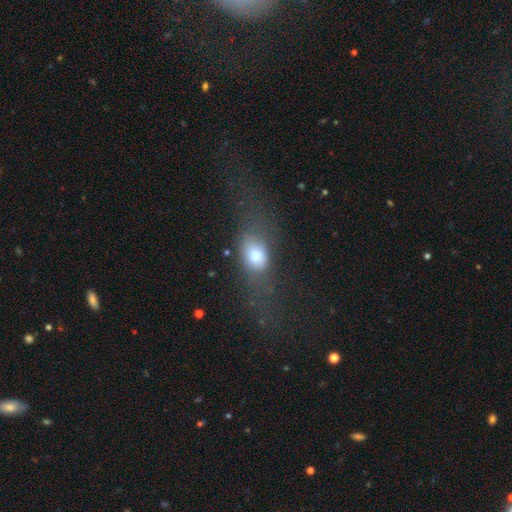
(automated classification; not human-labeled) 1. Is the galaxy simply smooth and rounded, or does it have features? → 76% smooth, 14% featured or disk, 10% star or artifact.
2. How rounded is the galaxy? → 76% in between, 21% round, 4% cigar-shaped.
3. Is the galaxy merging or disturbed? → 41% none, 34% major disturbance, 22% minor disturbance, 4% merger.